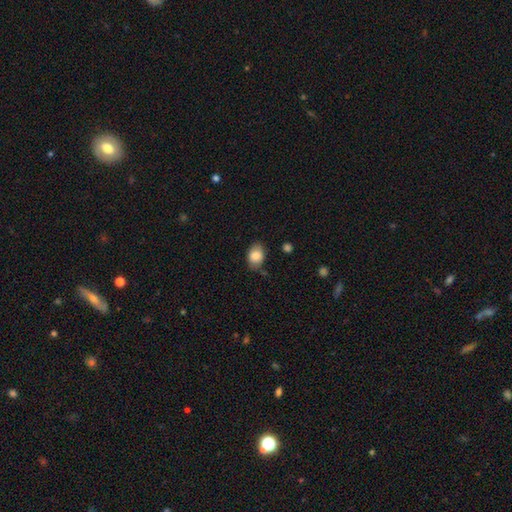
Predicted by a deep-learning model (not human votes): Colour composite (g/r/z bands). It shows a smooth galaxy with no disk features (86%) that is in between round and cigar-shaped (71%). Merging: none (73%).